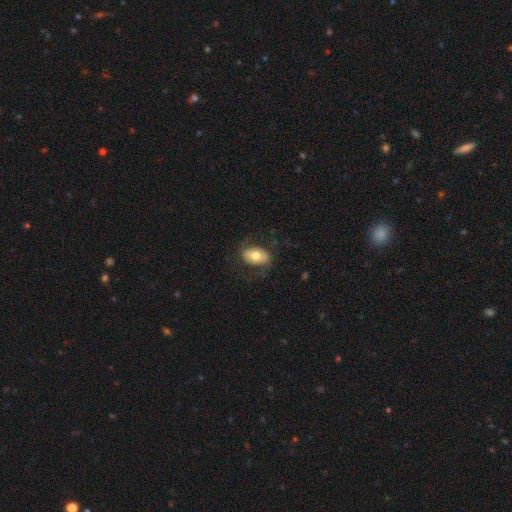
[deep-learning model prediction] A smooth galaxy with no disk features (62%) that is in between round and cigar-shaped (86%). Merging: none (72%).